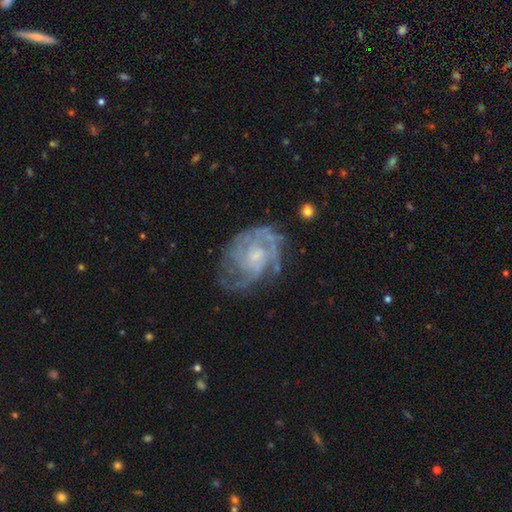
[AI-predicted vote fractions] Smooth or featured: featured or disk — 83% (smooth — 11%)
Edge-on disk: no — 98% (yes — 2%)
Bar: no — 65% (weak — 30%)
Spiral arms: yes — 90% (no — 10%)
Spiral winding: tight — 53% (medium — 36%)
Spiral arm count: can't tell — 37% (3 — 22%)
Bulge size: small — 56% (moderate — 29%)
Merging: none — 60% (minor disturbance — 23%)